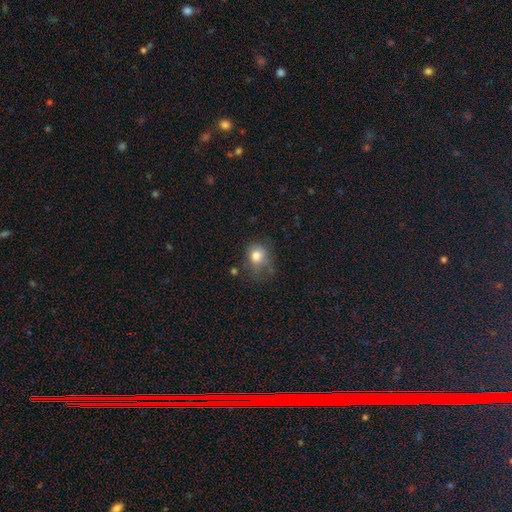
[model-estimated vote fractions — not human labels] Smooth or featured? Predicted: smooth (p=0.77). How rounded? Predicted: round (p=0.63). Merging? Predicted: none (p=0.43).